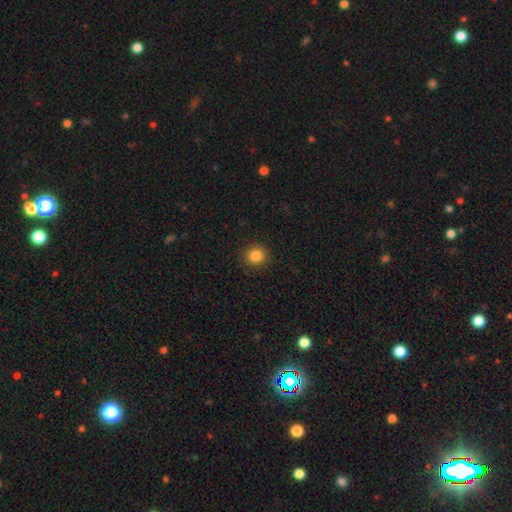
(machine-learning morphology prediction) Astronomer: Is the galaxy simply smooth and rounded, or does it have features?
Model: smooth — 85%.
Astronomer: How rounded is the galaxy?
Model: round — 93%.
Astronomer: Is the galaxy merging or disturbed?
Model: none — 91%.